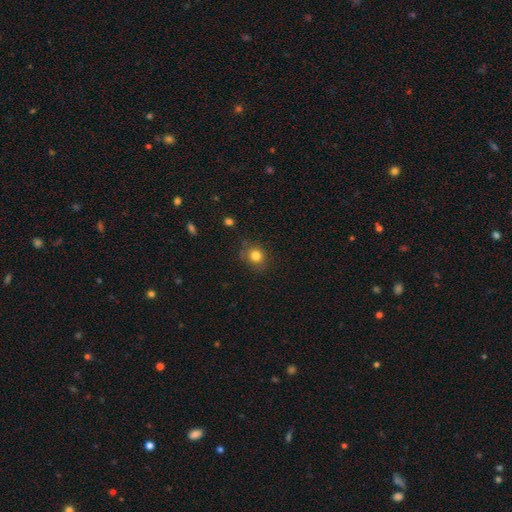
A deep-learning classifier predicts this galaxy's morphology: smooth-or-featured: smooth: 81% | star or artifact: 11% | featured or disk: 8%
  how-rounded: round: 77% | in between: 22% | cigar-shaped: 1%
  merging: none: 74% | minor disturbance: 19% | major disturbance: 5% | merger: 2%